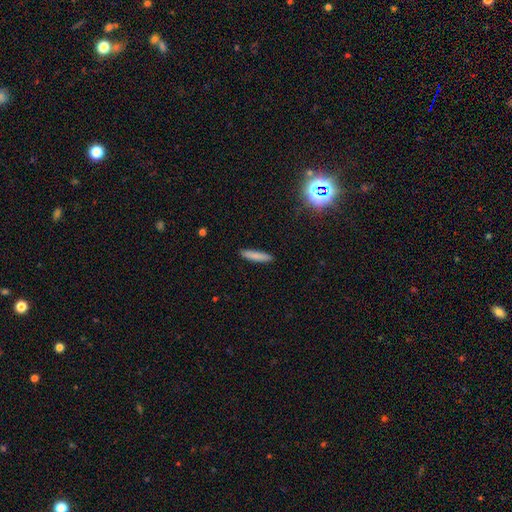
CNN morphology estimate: Q: Smooth or featured?
A: smooth (82%); runner-up: featured or disk (11%)
Q: How rounded?
A: cigar-shaped (87%); runner-up: in between (11%)
Q: Merging?
A: none (90%); runner-up: minor disturbance (7%)